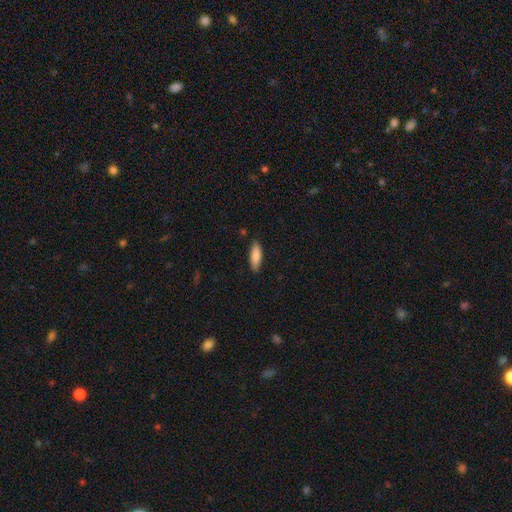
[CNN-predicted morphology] Smooth or featured: smooth — 84% (featured or disk — 10%)
How rounded: in between — 51% (cigar-shaped — 47%)
Merging: none — 85% (minor disturbance — 11%)